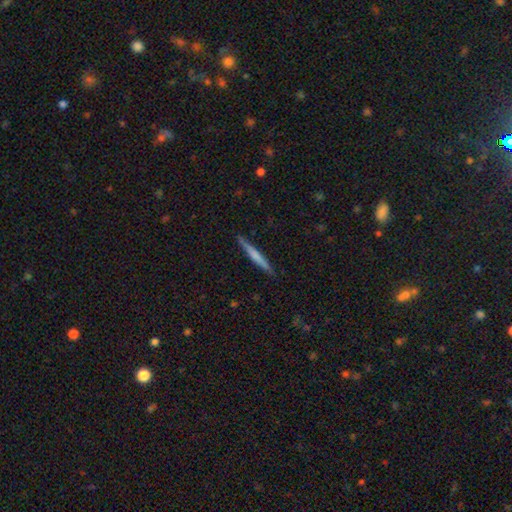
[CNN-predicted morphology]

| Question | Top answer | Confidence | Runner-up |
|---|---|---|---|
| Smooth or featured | smooth | 54% | featured or disk (40%) |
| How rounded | cigar-shaped | 96% | in between (3%) |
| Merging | none | 89% | minor disturbance (8%) |